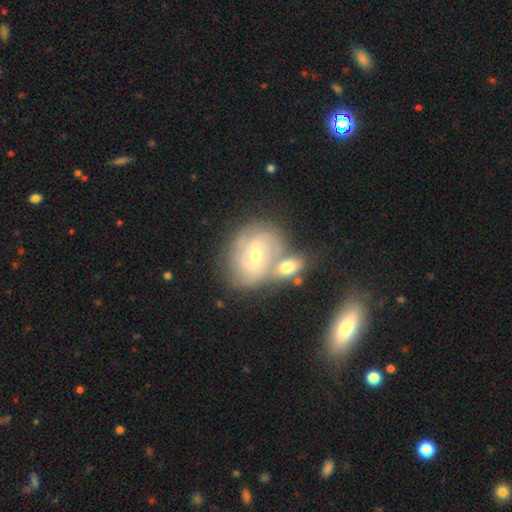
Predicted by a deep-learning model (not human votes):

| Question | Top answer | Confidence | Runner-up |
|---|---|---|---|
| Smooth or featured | featured or disk | 80% | smooth (14%) |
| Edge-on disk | no | 96% | yes (4%) |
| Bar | weak | 52% | strong (25%) |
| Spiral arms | yes | 92% | no (8%) |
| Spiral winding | tight | 54% | medium (36%) |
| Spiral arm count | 2 | 42% | can't tell (26%) |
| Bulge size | small | 50% | moderate (46%) |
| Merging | none | 47% | merger (35%) |